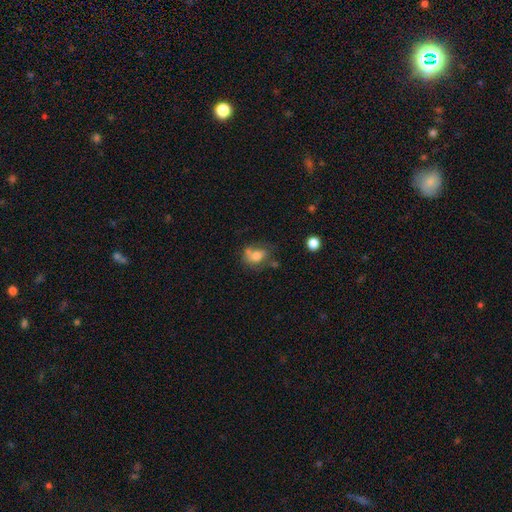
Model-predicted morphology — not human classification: A smooth galaxy with no disk features (64%) that is in between round and cigar-shaped (65%).

Vote fractions:
- Smooth or featured? smooth: 64% / featured or disk: 25% / star or artifact: 10%
- How rounded? in between: 65% / round: 34% / cigar-shaped: 2%
- Merging? none: 40% / minor disturbance: 25% / merger: 19% / major disturbance: 17%